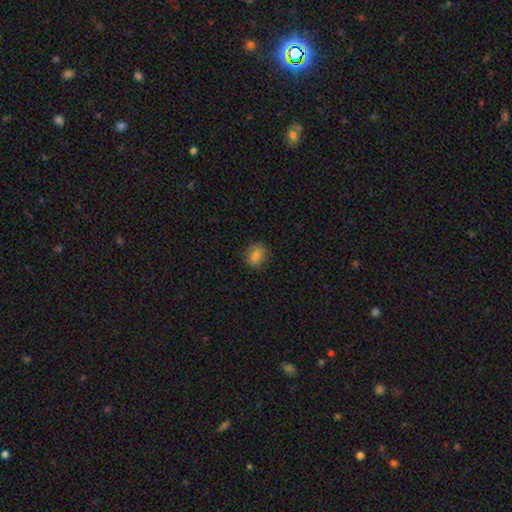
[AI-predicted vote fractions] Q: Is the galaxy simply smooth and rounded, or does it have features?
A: smooth — 79%.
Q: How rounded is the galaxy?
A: round — 62%.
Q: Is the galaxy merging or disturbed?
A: none — 85%.